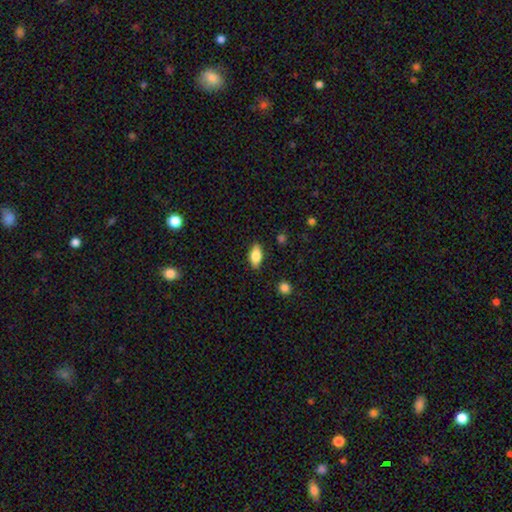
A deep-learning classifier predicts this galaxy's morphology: This appears to be a smooth galaxy with no disk features (82%) that is in between round and cigar-shaped (90%). Merging: none (86%).